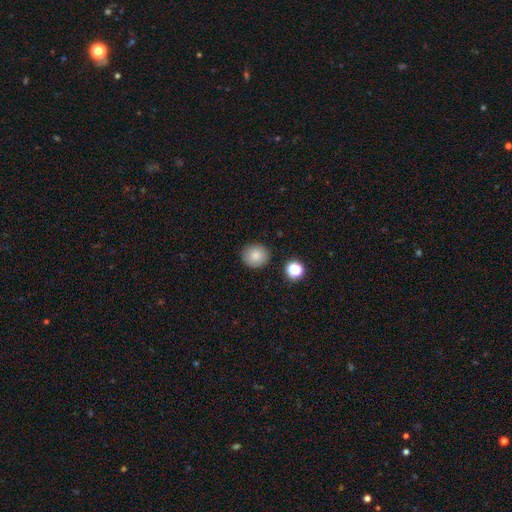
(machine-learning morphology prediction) Smooth or featured? smooth (83%)
How rounded? round (86%)
Merging? none (87%)